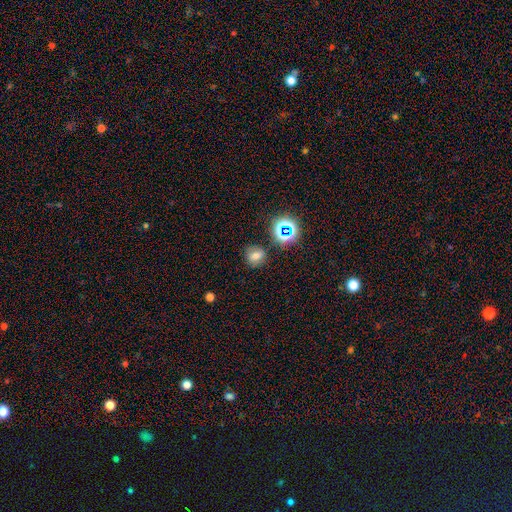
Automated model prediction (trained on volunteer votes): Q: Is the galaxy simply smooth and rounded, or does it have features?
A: smooth — 58%.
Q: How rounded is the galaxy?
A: round — 72%.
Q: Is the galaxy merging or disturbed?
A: none — 79%.